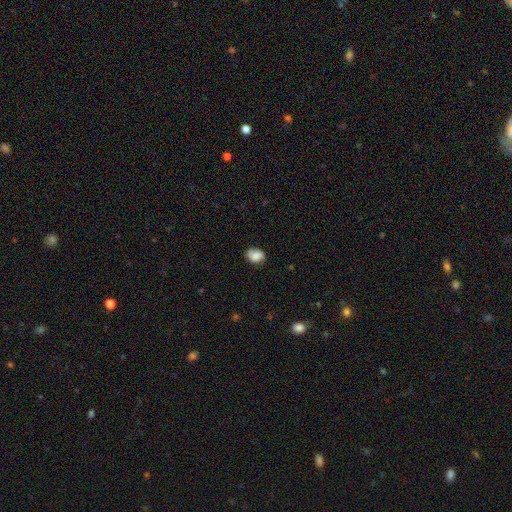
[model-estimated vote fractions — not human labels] This appears to be a smooth galaxy with no disk features (69%) that is in between round and cigar-shaped (60%). Merging: none (63%).